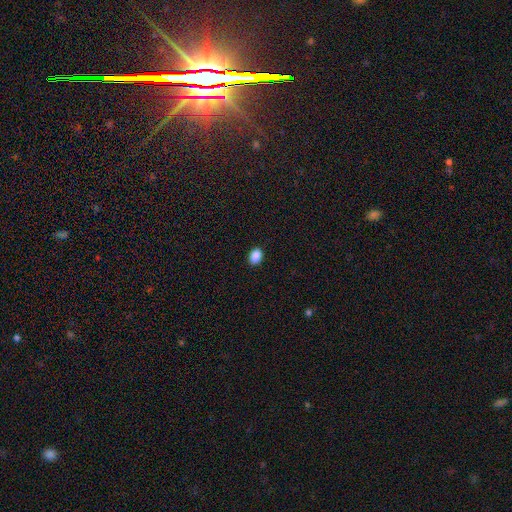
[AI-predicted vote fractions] Smooth or featured?
  - smooth: 89% *
  - star or artifact: 9%
  - featured or disk: 2%
How rounded?
  - in between: 79% *
  - round: 20%
  - cigar-shaped: 1%
Merging?
  - none: 90% *
  - minor disturbance: 7%
  - major disturbance: 2%
  - merger: 1%